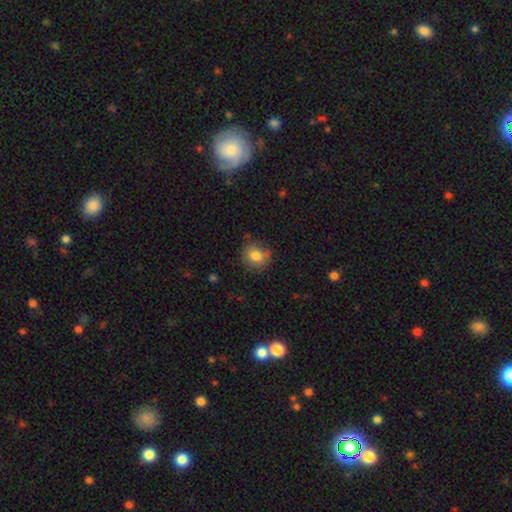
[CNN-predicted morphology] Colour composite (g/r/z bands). It shows a smooth galaxy with no disk features (81%) that is round (76%). Merging: none (77%).